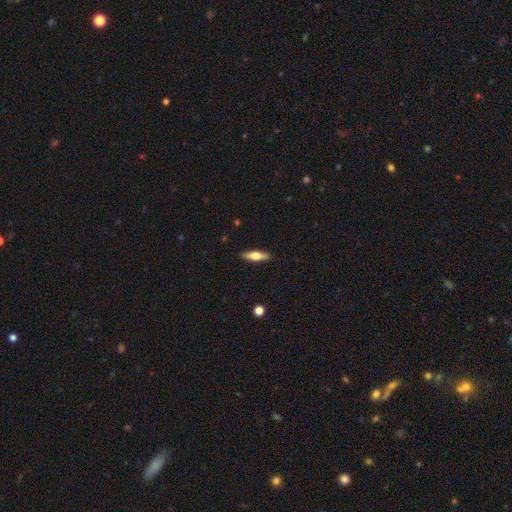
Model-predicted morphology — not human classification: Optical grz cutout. It shows a smooth galaxy with no disk features (53%) that is cigar-shaped (54%). Merging: none (89%).